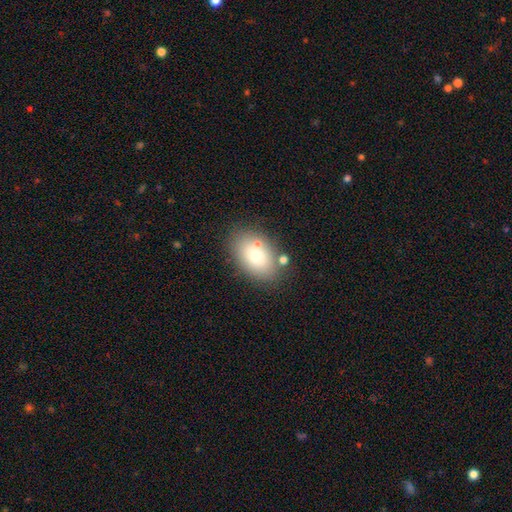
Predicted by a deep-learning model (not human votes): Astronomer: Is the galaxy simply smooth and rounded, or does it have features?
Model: smooth — 77%.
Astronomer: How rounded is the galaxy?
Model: in between — 89%.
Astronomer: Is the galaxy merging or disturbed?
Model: none — 76%.